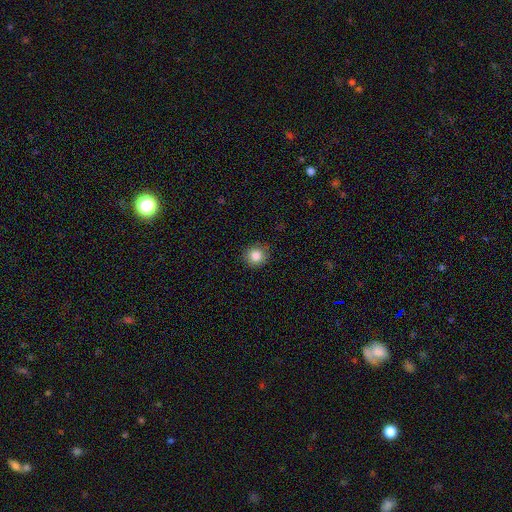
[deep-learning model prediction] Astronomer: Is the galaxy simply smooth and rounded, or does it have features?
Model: smooth — 85%.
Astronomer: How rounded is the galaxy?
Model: round — 90%.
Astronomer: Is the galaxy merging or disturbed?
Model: none — 89%.